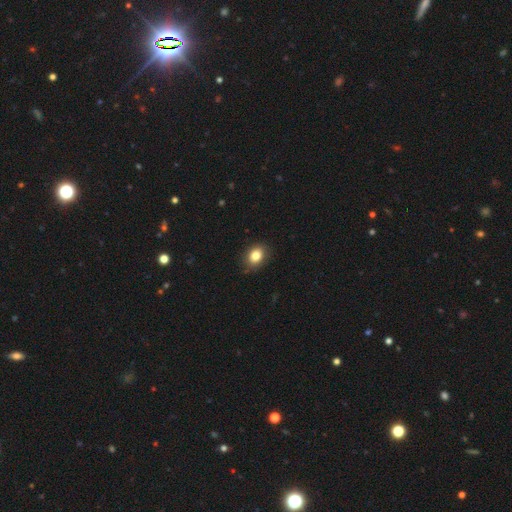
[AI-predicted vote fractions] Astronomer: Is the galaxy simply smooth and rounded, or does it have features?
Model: smooth — 83%.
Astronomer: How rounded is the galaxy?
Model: in between — 59% (runner-up: round, 40%).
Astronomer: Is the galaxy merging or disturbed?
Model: none — 85%.